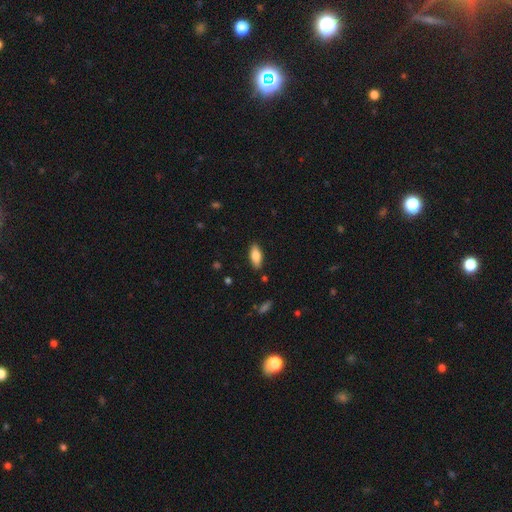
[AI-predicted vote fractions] Morphology: type=smooth (79%); roundness=in between (79%); merging=none (87%).